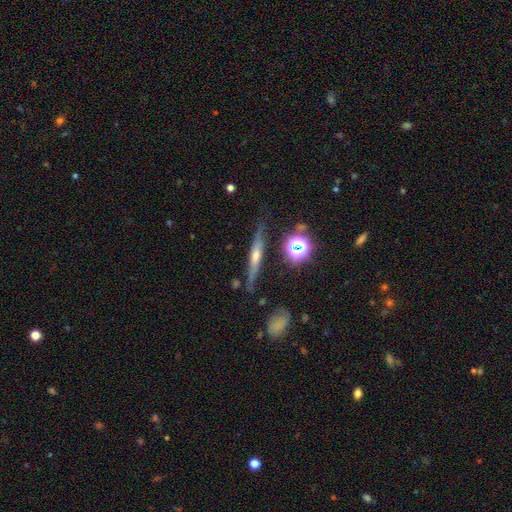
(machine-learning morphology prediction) Smooth or featured? featured or disk (59%)
Edge-on disk? yes (92%)
Edge-on bulge? rounded (75%)
Merging? none (79%)